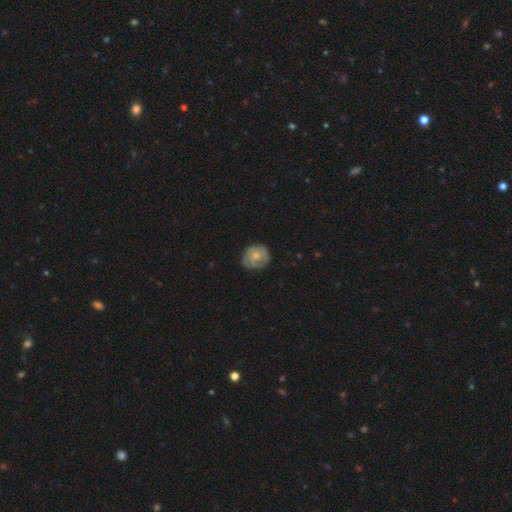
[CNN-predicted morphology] smooth-or-featured: featured or disk: 49% | smooth: 45% | star or artifact: 6%
  merging: none: 72% | minor disturbance: 22% | major disturbance: 5% | merger: 1%